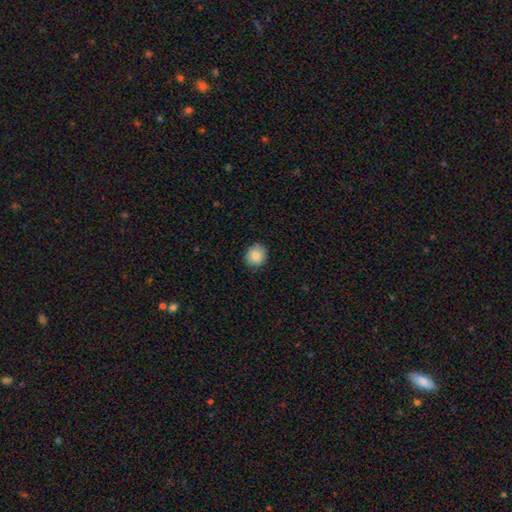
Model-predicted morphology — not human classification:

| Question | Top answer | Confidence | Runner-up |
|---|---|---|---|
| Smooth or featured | smooth | 85% | star or artifact (8%) |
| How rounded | round | 81% | in between (18%) |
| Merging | none | 88% | minor disturbance (9%) |